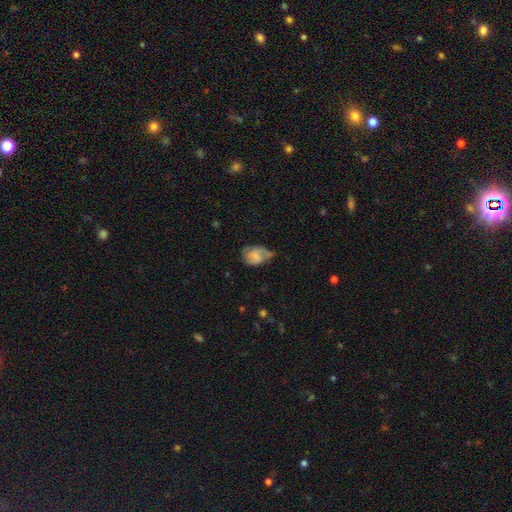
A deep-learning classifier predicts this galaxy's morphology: Overall: smooth (58%; featured or disk 34%). How rounded: in between (71%). Merging: minor disturbance (39%; none 34%).